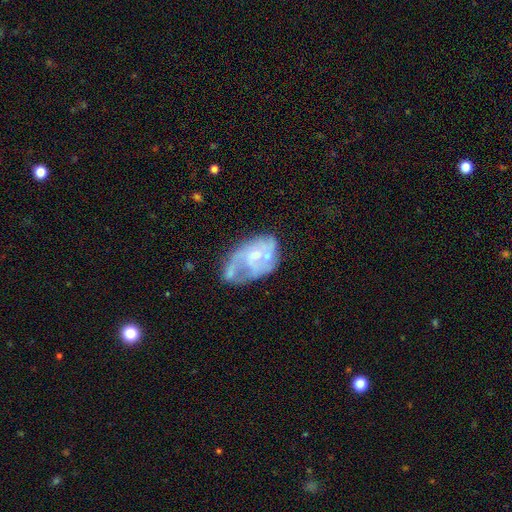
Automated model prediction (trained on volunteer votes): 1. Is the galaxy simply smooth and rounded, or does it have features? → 68% featured or disk, 24% smooth, 8% star or artifact.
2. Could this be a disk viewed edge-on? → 97% no, 3% yes.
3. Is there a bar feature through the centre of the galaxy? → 71% no, 25% weak, 4% strong.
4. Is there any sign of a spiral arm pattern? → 59% yes, 41% no.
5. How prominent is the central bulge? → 55% small, 29% moderate, 13% none, 2% large, 1% dominant.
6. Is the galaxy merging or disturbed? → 39% none, 28% minor disturbance, 25% major disturbance, 9% merger.